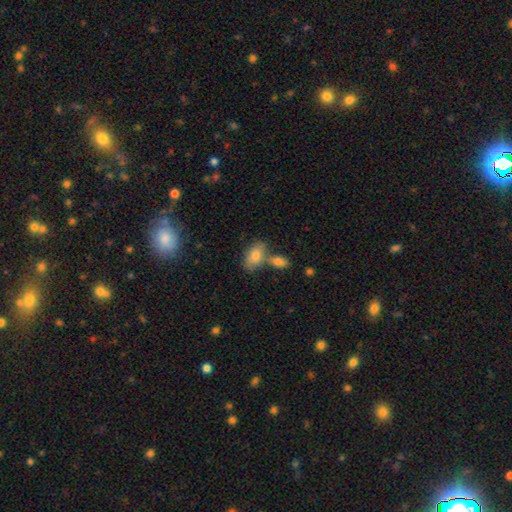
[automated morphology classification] A smooth galaxy with no disk features (80%) that is in between round and cigar-shaped (91%).

Vote fractions:
- Smooth or featured? smooth: 80% / featured or disk: 12% / star or artifact: 8%
- How rounded? in between: 91% / round: 6% / cigar-shaped: 3%
- Merging? none: 51% / merger: 33% / minor disturbance: 12% / major disturbance: 4%